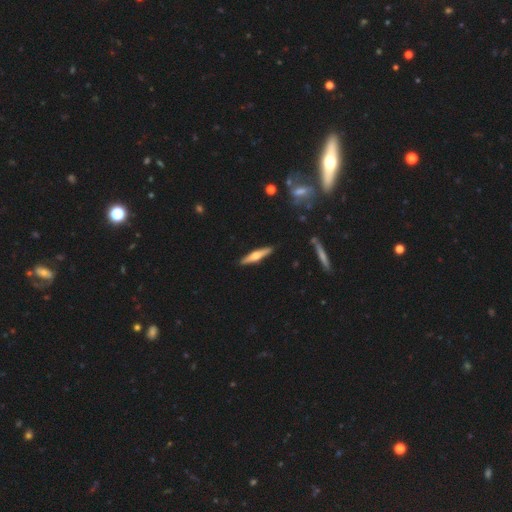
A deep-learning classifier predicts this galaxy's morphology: This appears to be a featured or disk galaxy (57%) viewed edge-on (96%) with a rounded central bulge (89%). Merging: none (90%).